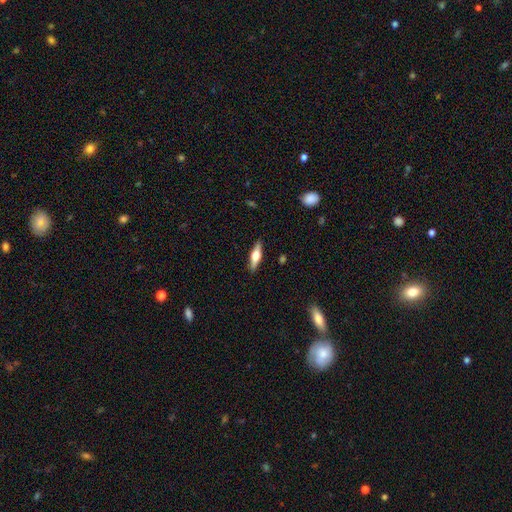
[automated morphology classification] Q: Smooth or featured?
A: featured or disk (53%); runner-up: smooth (41%)
Q: Edge-on disk?
A: yes (94%); runner-up: no (6%)
Q: Edge-on bulge?
A: rounded (92%); runner-up: boxy (6%)
Q: Merging?
A: none (89%); runner-up: minor disturbance (8%)